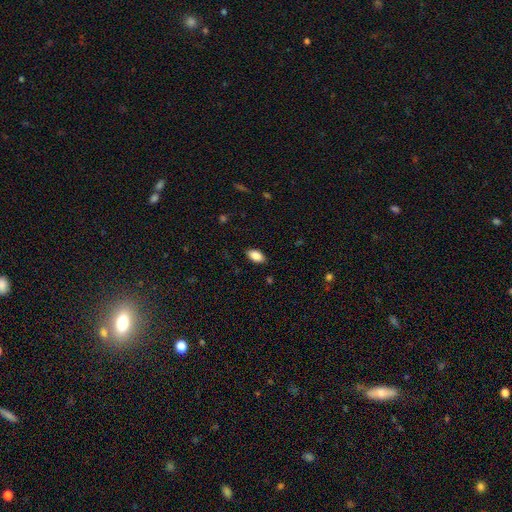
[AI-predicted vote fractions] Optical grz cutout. It shows a smooth galaxy with no disk features (87%) that is in between round and cigar-shaped (93%). Merging: none (87%).